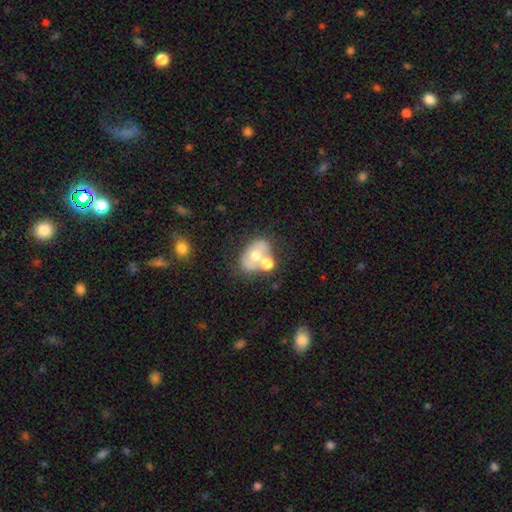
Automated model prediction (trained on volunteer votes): Q: Smooth or featured?
A: smooth (53%); runner-up: featured or disk (38%)
Q: How rounded?
A: in between (75%); runner-up: round (24%)
Q: Merging?
A: none (45%); runner-up: merger (35%)